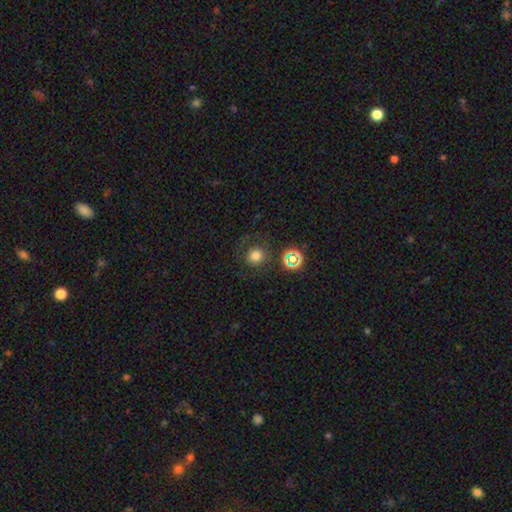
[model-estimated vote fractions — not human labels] Smooth or featured?
  - smooth: 72% *
  - star or artifact: 17%
  - featured or disk: 11%
How rounded?
  - round: 89% *
  - in between: 10%
  - cigar-shaped: 1%
Merging?
  - none: 75% *
  - minor disturbance: 13%
  - major disturbance: 9%
  - merger: 3%